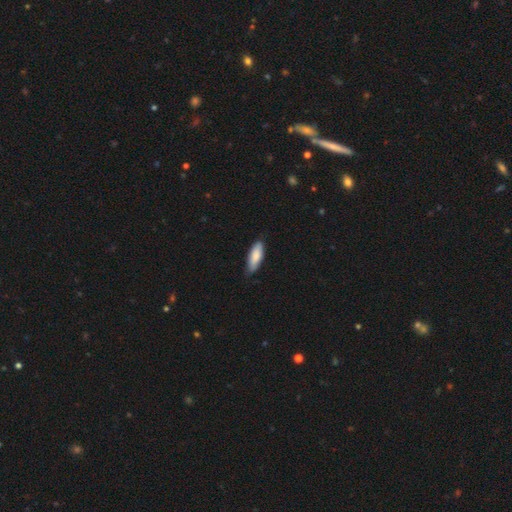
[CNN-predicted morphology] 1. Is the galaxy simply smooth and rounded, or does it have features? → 85% smooth, 10% featured or disk, 5% star or artifact.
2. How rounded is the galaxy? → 63% in between, 35% cigar-shaped, 2% round.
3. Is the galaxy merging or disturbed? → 74% none, 22% minor disturbance, 2% major disturbance, 1% merger.